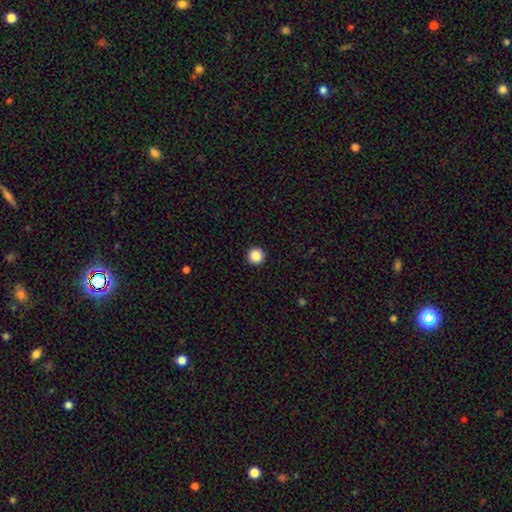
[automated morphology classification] Smooth or featured? smooth (87%)
How rounded? round (97%)
Merging? none (94%)